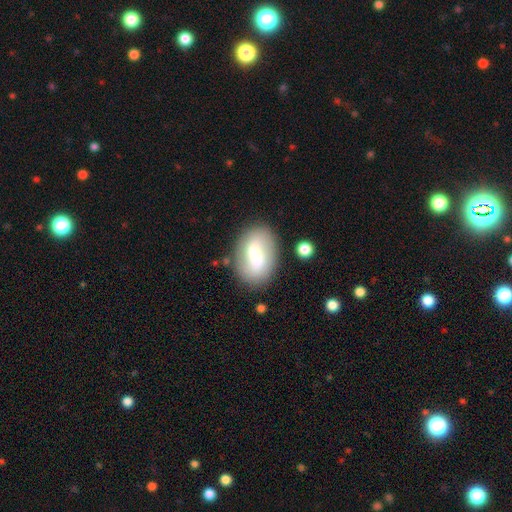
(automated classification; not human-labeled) smooth-or-featured: smooth: 60% | featured or disk: 32% | star or artifact: 8%
  how-rounded: in between: 85% | round: 12% | cigar-shaped: 2%
  merging: none: 73% | minor disturbance: 16% | major disturbance: 6% | merger: 5%